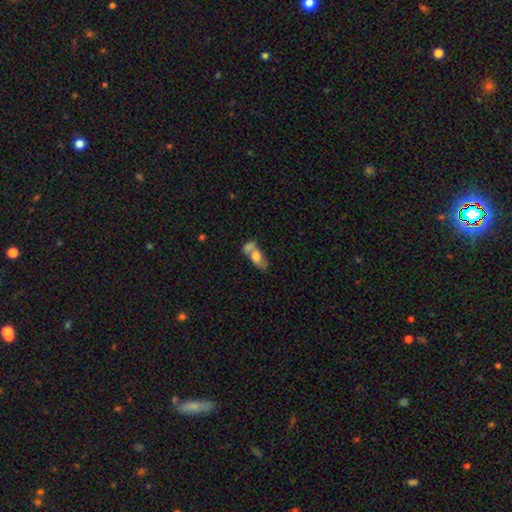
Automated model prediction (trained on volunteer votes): Smooth or featured: smooth — 62% (featured or disk — 29%)
How rounded: in between — 81% (cigar-shaped — 11%)
Merging: merger — 59% (none — 21%)